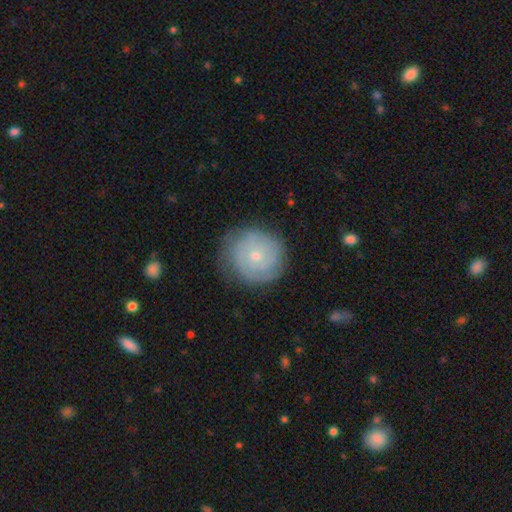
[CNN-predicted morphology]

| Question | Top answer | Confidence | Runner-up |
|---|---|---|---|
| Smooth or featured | featured or disk | 63% | smooth (30%) |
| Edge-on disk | no | 98% | yes (2%) |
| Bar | no | 83% | weak (15%) |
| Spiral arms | yes | 85% | no (15%) |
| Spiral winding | tight | 78% | medium (17%) |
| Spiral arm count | can't tell | 45% | 2 (22%) |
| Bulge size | small | 70% | moderate (27%) |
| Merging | none | 79% | minor disturbance (15%) |